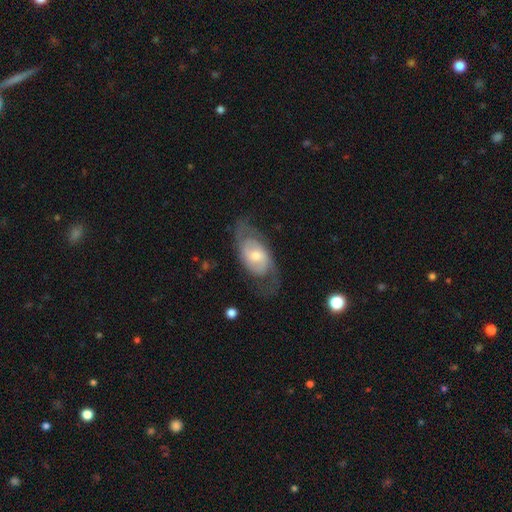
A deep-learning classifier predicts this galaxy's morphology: A featured or disk galaxy (72%) with no bar (51%), 2 (75%) medium (46%) spiral arms (84%) and a moderate central bulge (48%).

Vote fractions:
- Smooth or featured? featured or disk: 72% / smooth: 22% / star or artifact: 6%
- Edge-on disk? no: 93% / yes: 7%
- Bar? no: 51% / weak: 40% / strong: 9%
- Spiral arms? yes: 84% / no: 16%
- Spiral winding? medium: 46% / tight: 29% / loose: 25%
- Spiral arm count? 2: 75% / can't tell: 16% / 1: 3% / 3: 3% / 4: 1% / more than 4: 1%
- Bulge size? moderate: 48% / small: 44% / large: 5% / none: 2% / dominant: 1%
- Merging? none: 61% / minor disturbance: 20% / major disturbance: 18% / merger: 2%